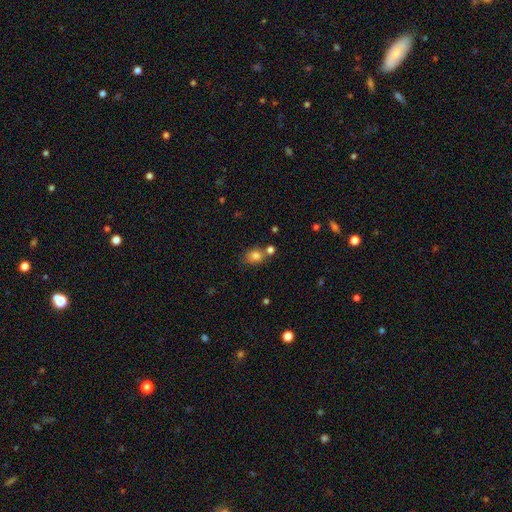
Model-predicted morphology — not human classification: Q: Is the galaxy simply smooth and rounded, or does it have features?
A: smooth — 80%.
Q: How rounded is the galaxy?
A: round — 56%.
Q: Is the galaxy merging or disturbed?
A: none — 63%.